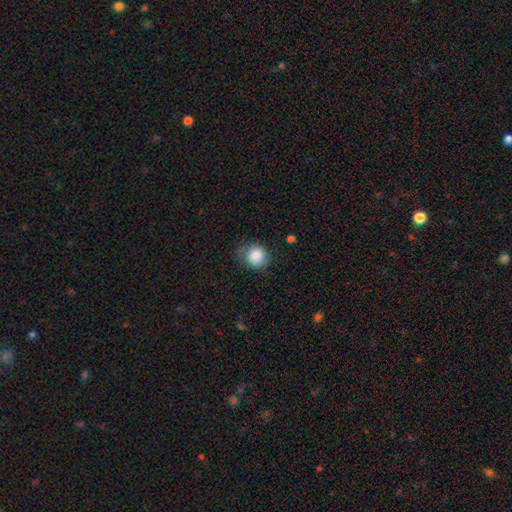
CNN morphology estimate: Smooth or featured? smooth (85%)
How rounded? round (79%)
Merging? none (68%)